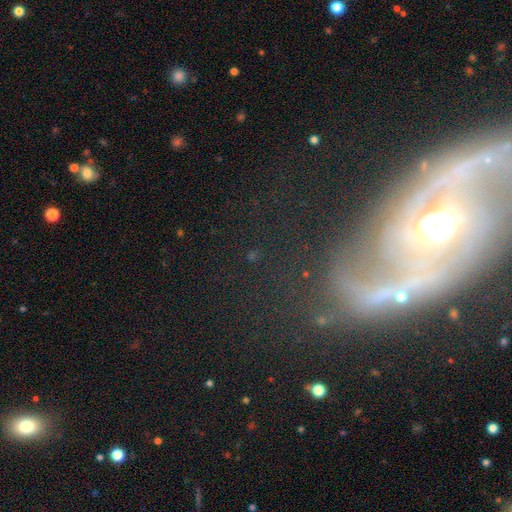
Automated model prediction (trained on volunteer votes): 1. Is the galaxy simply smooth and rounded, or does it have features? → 64% featured or disk, 19% star or artifact, 17% smooth.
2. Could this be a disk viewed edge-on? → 88% no, 12% yes.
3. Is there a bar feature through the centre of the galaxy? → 53% no, 27% weak, 20% strong.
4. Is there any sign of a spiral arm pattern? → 64% yes, 36% no.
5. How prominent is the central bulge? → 52% moderate, 26% small, 12% large, 6% none, 4% dominant.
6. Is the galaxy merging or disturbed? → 49% none, 24% major disturbance, 16% minor disturbance, 10% merger.